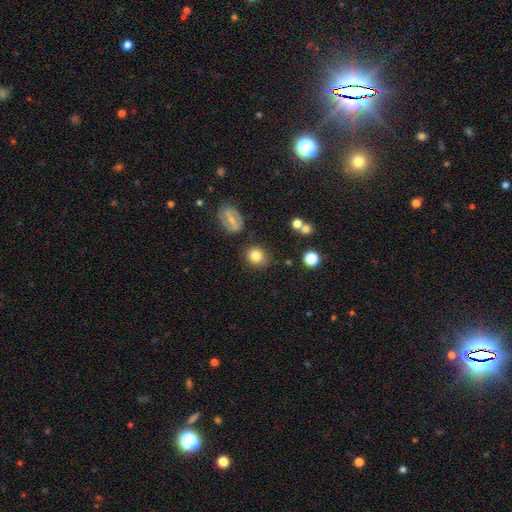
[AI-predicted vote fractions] A smooth galaxy with no disk features (80%) that is round (81%).

Vote fractions:
- Smooth or featured? smooth: 80% / featured or disk: 11% / star or artifact: 10%
- How rounded? round: 81% / in between: 18% / cigar-shaped: 1%
- Merging? none: 77% / minor disturbance: 14% / merger: 4% / major disturbance: 4%